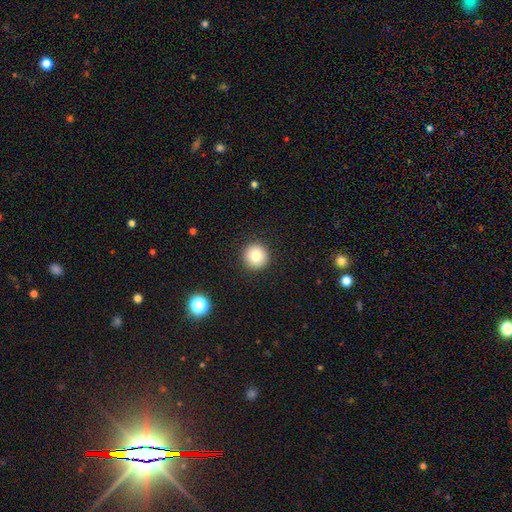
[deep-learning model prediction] This is clearly a smooth galaxy (83%). How rounded: clearly round (95%). Merging: clearly none (92%).